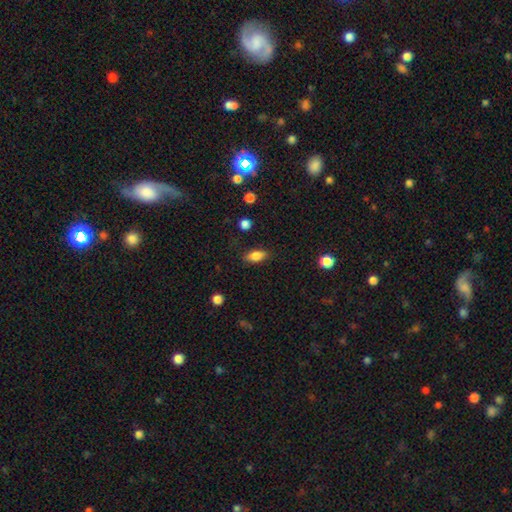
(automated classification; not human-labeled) This appears to be a smooth galaxy with no disk features (82%) that is in between round and cigar-shaped (84%). Merging: none (83%).